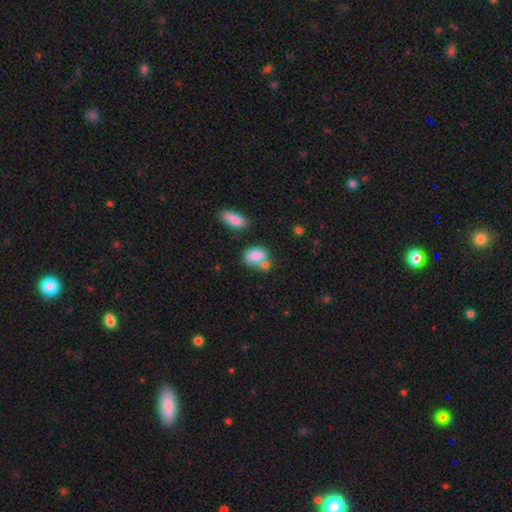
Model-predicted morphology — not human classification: Smooth or featured? Predicted: smooth (p=0.82). How rounded? Predicted: in between (p=0.78). Merging? Predicted: none (p=0.42).